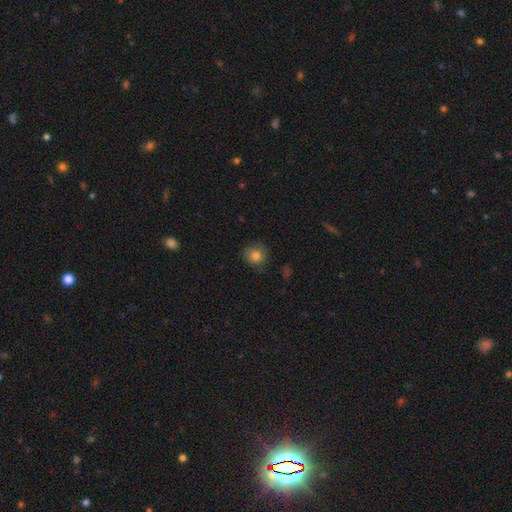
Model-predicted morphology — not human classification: type=smooth (82%); roundness=round (87%); merging=none (75%).